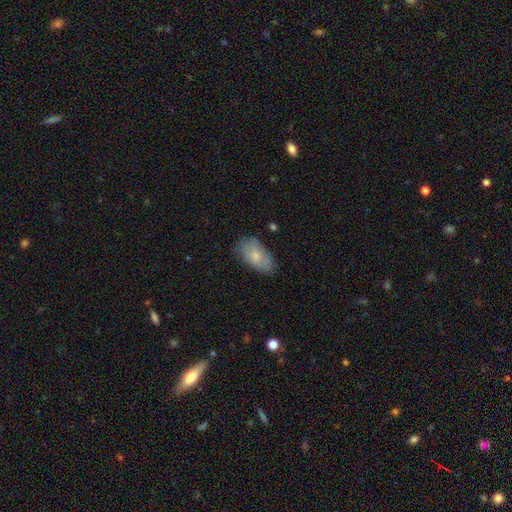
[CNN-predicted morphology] Q: Smooth or featured?
A: smooth (78%); runner-up: featured or disk (15%)
Q: How rounded?
A: in between (93%); runner-up: round (4%)
Q: Merging?
A: none (74%); runner-up: minor disturbance (20%)